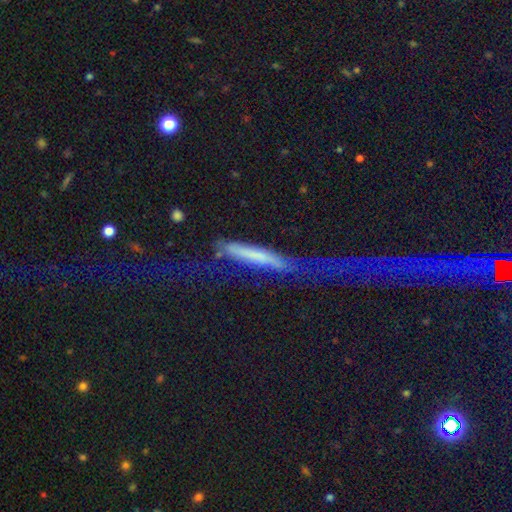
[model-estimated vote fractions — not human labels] A smooth galaxy with no disk features (54%) that is cigar-shaped (91%).

Vote fractions:
- Smooth or featured? smooth: 54% / featured or disk: 37% / star or artifact: 9%
- How rounded? cigar-shaped: 91% / in between: 7% / round: 3%
- Merging? none: 37% / major disturbance: 35% / minor disturbance: 21% / merger: 7%